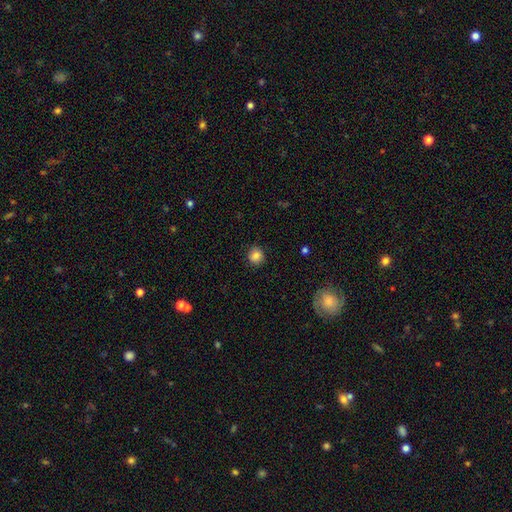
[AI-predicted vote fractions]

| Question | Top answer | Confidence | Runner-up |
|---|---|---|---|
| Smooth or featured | smooth | 85% | star or artifact (10%) |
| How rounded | round | 87% | in between (12%) |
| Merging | none | 88% | minor disturbance (8%) |